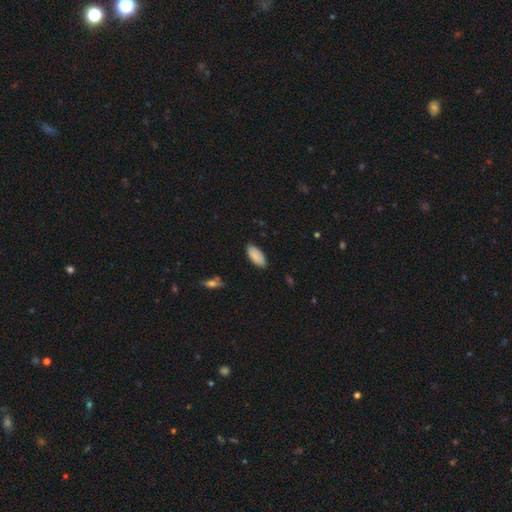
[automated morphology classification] smooth_or_featured: smooth (p=0.88) [alt: star or artifact p=0.06]
how_rounded: in between (p=0.90) [alt: cigar-shaped p=0.08]
merging: none (p=0.86) [alt: minor disturbance p=0.11]